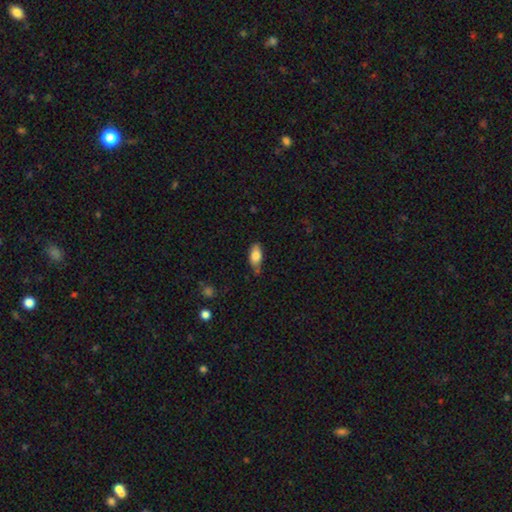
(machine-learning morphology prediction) A smooth galaxy with no disk features (80%) that is in between round and cigar-shaped (88%).

Vote fractions:
- Smooth or featured? smooth: 80% / featured or disk: 13% / star or artifact: 7%
- How rounded? in between: 88% / cigar-shaped: 9% / round: 3%
- Merging? none: 66% / minor disturbance: 26% / major disturbance: 5% / merger: 3%